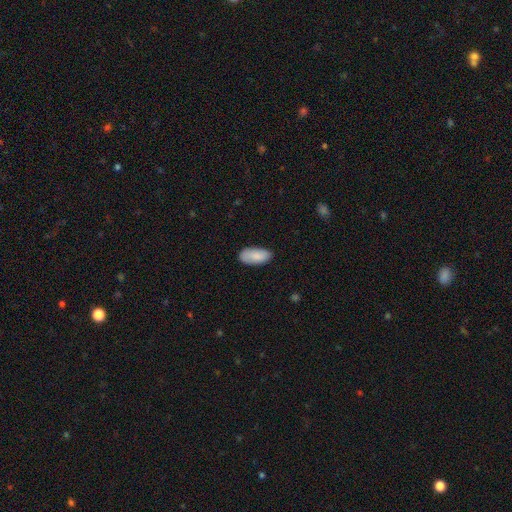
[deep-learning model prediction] This is clearly a smooth galaxy (86%). How rounded: clearly in between (92%). Merging: clearly none (81%).